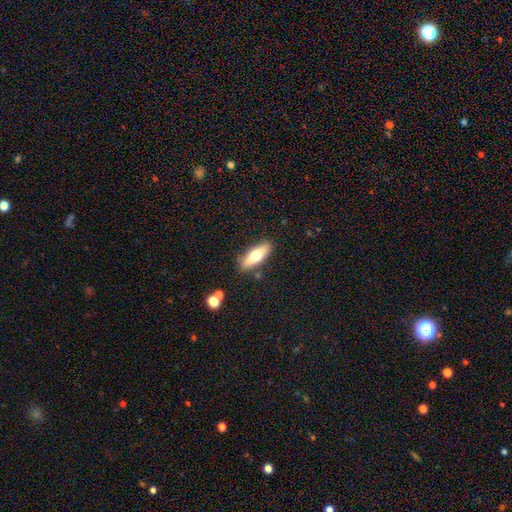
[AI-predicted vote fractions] smooth 61%, featured or disk 33%, star or artifact 6%. Down the decision tree: how rounded — in between (56%); merging — none (84%).